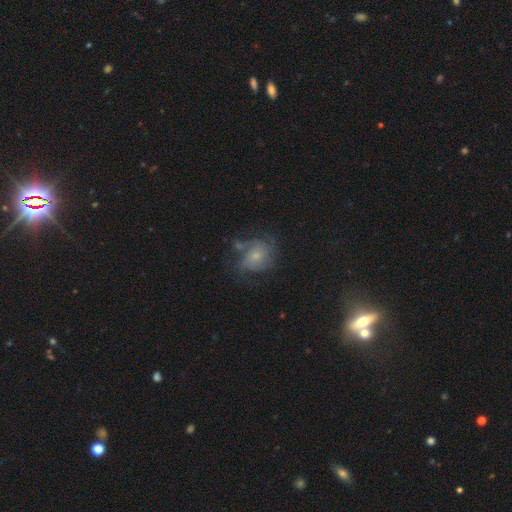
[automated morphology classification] smooth_or_featured: featured or disk (p=0.49) [alt: smooth p=0.37]
merging: none (p=0.50) [alt: minor disturbance p=0.23]